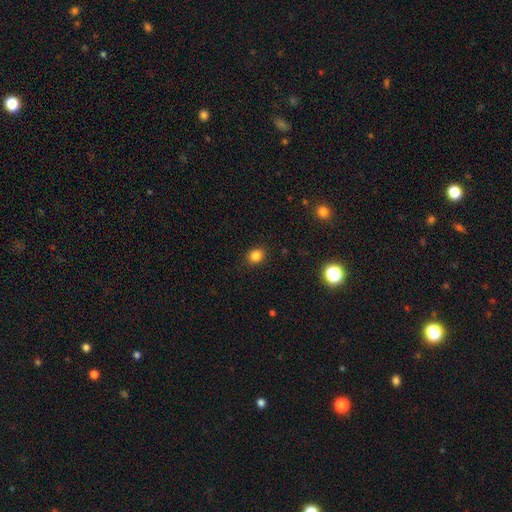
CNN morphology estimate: This is clearly a smooth galaxy (83%). How rounded: likely round (70%). Merging: clearly none (90%).